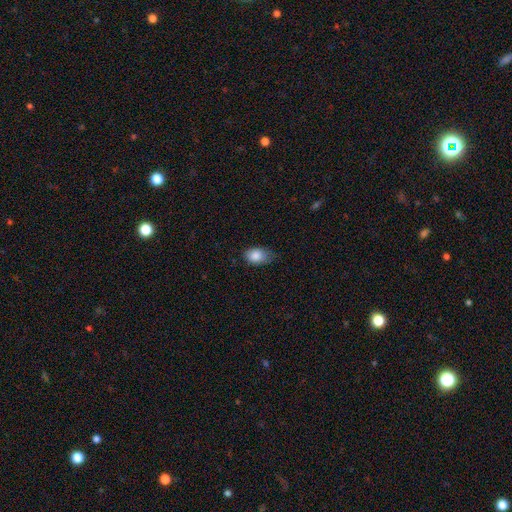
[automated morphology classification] Q: Smooth or featured?
A: smooth (84%); runner-up: featured or disk (8%)
Q: How rounded?
A: in between (83%); runner-up: round (15%)
Q: Merging?
A: none (53%); runner-up: minor disturbance (38%)